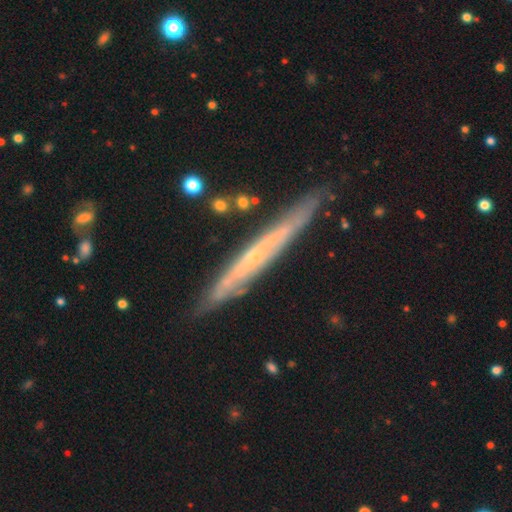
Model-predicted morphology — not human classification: This is likely a featured or disk galaxy (73%). It is clearly viewed edge-on (84%). Edge-on bulge: possibly none (59%). Merging: clearly none (83%).